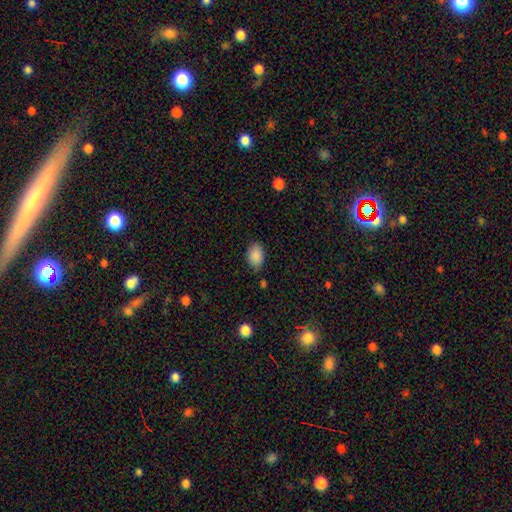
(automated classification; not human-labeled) This is clearly a smooth galaxy (89%). How rounded: clearly in between (84%). Merging: likely none (77%).